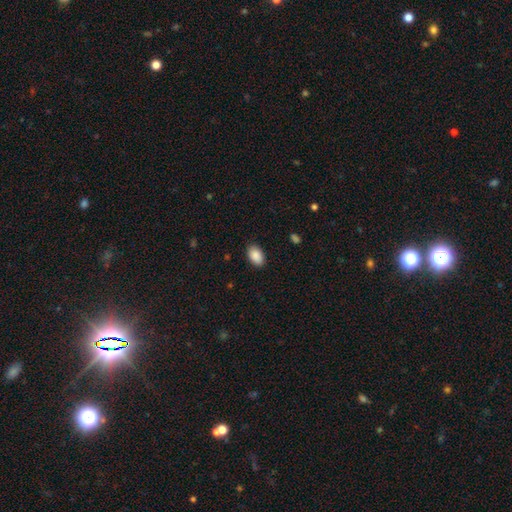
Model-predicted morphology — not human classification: smooth_or_featured: smooth (p=0.90) [alt: star or artifact p=0.07]
how_rounded: in between (p=0.91) [alt: round p=0.08]
merging: none (p=0.88) [alt: minor disturbance p=0.09]